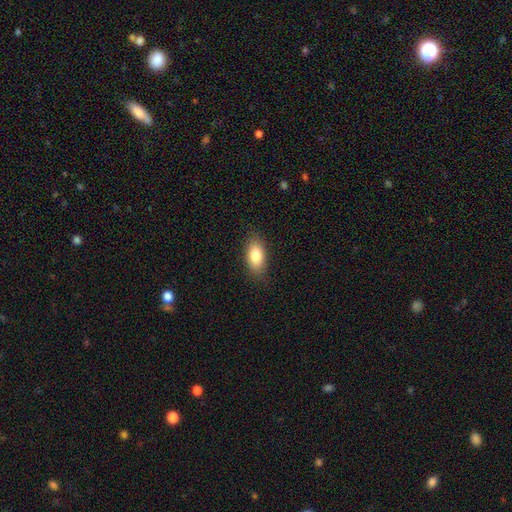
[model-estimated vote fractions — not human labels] Q: Smooth or featured?
A: smooth (82%); runner-up: featured or disk (11%)
Q: How rounded?
A: in between (90%); runner-up: cigar-shaped (5%)
Q: Merging?
A: none (85%); runner-up: minor disturbance (11%)